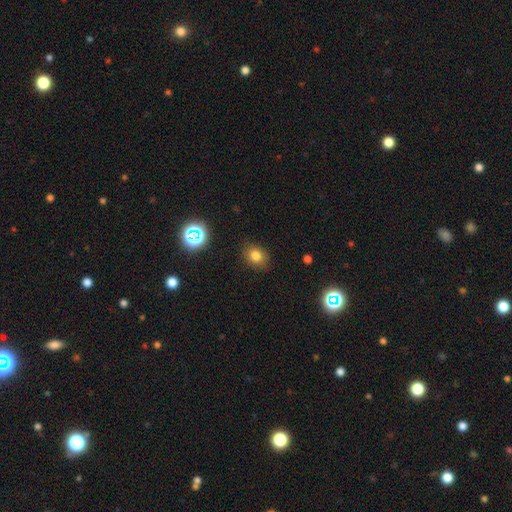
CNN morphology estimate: This appears to be a smooth galaxy with no disk features (78%) that is in between round and cigar-shaped (53%). Merging: none (85%).